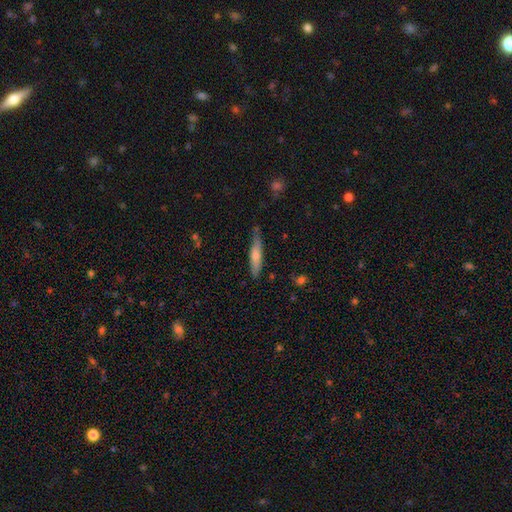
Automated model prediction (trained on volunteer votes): This is likely a smooth galaxy (63%). How rounded: clearly cigar-shaped (84%). Merging: likely none (68%).